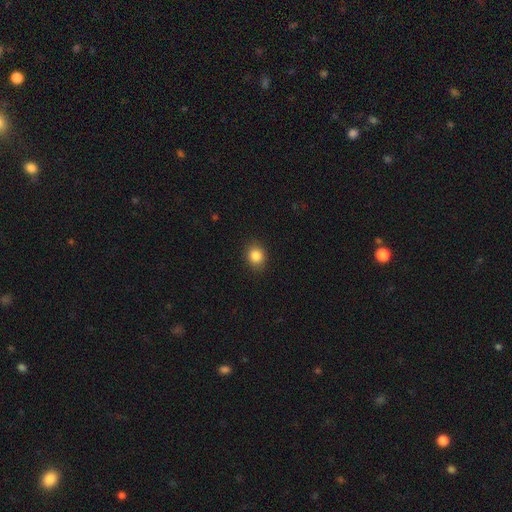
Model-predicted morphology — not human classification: Overall: smooth (86%). How rounded: round (65%; in between 34%). Merging: none (87%).